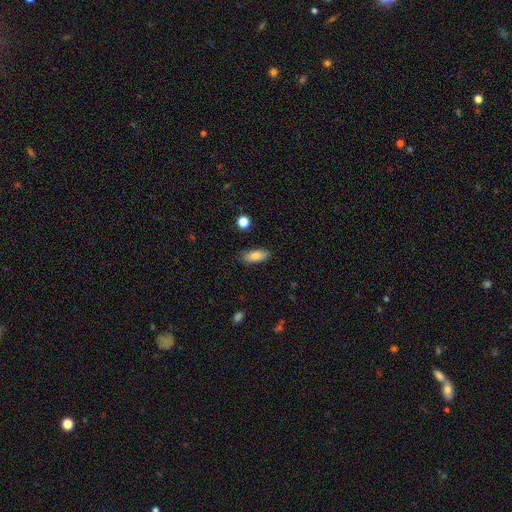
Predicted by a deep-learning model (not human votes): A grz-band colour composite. It shows a smooth galaxy with no disk features (83%) that is in between round and cigar-shaped (72%). Merging: none (84%).